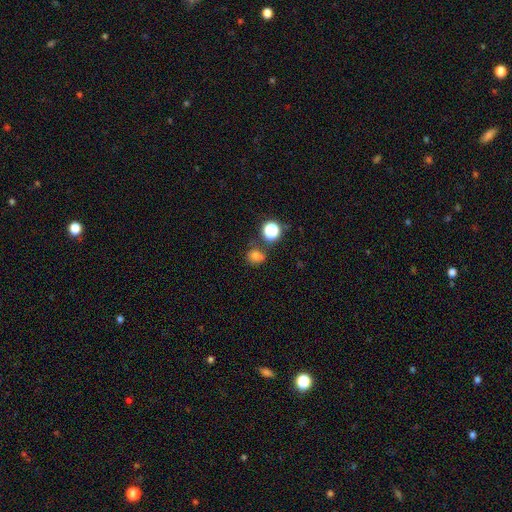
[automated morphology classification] Smooth or featured? Predicted: smooth (p=0.70). How rounded? Predicted: round (p=0.84). Merging? Predicted: none (p=0.64).